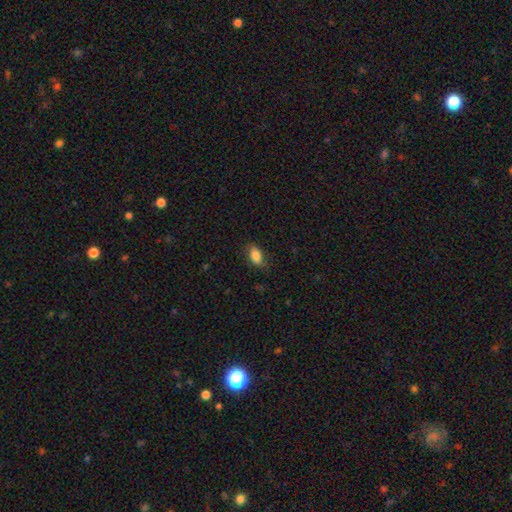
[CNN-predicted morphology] A smooth galaxy with no disk features (83%) that is in between round and cigar-shaped (89%). Merging: none (80%).